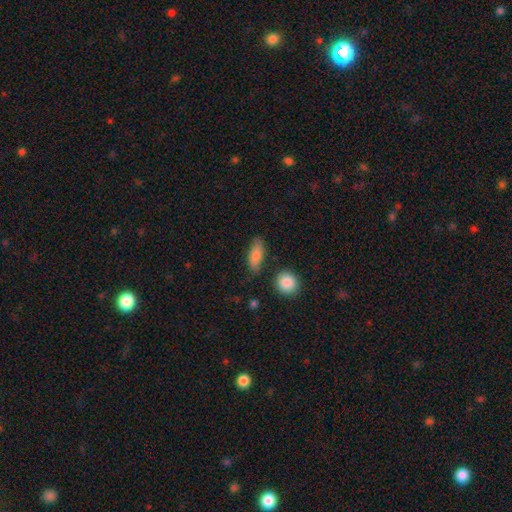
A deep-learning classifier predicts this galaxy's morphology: This is clearly a smooth galaxy (82%). How rounded: likely in between (70%). Merging: likely none (79%).